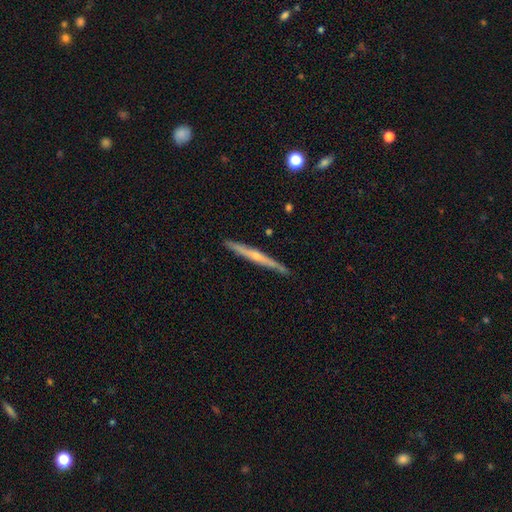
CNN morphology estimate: smooth_or_featured: featured or disk (p=0.66) [alt: smooth p=0.28]
disk_edge_on: yes (p=0.97) [alt: no p=0.03]
edge_on_bulge: rounded (p=0.60) [alt: none p=0.36]
merging: none (p=0.86) [alt: minor disturbance p=0.10]